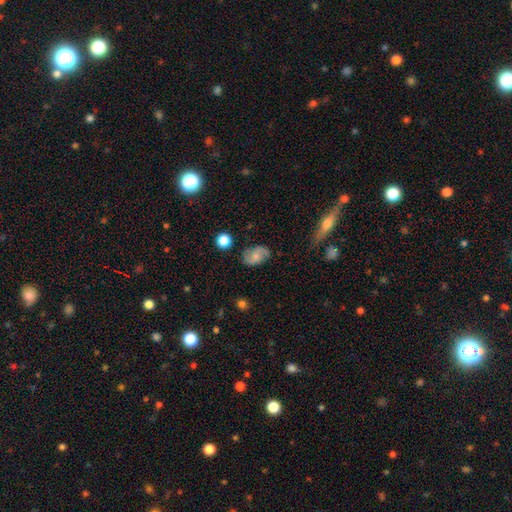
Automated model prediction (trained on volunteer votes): This appears to be a featured or disk galaxy (47%). Merging: none (75%).